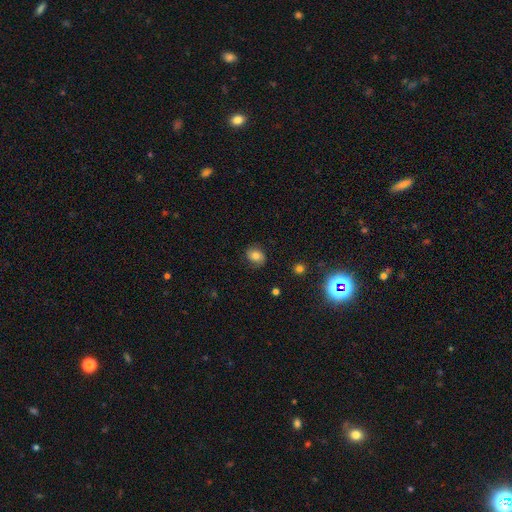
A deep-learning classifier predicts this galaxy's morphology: Smooth or featured: smooth — 72% (featured or disk — 16%)
How rounded: round — 52% (in between — 47%)
Merging: none — 82% (minor disturbance — 13%)